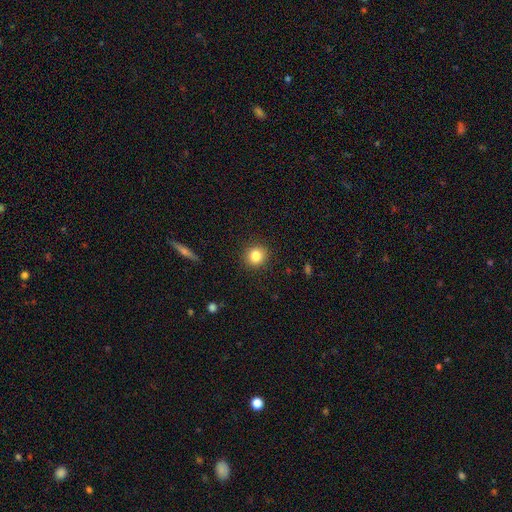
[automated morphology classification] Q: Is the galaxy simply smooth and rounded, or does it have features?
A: smooth — 84%.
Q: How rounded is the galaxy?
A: round — 88%.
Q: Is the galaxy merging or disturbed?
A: none — 90%.